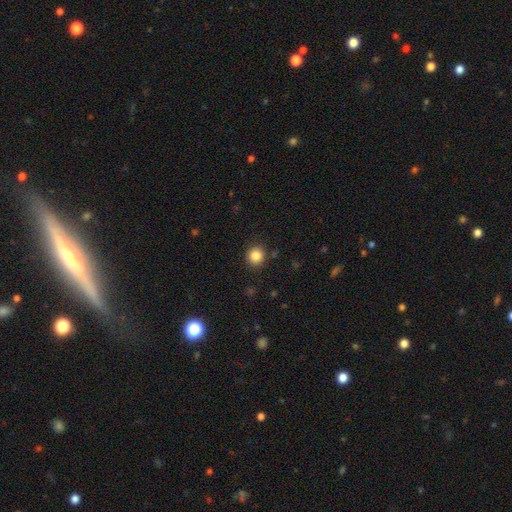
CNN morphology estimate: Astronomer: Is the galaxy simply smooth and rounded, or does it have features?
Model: smooth — 84%.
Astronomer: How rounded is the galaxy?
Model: round — 90%.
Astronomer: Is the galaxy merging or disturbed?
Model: none — 90%.